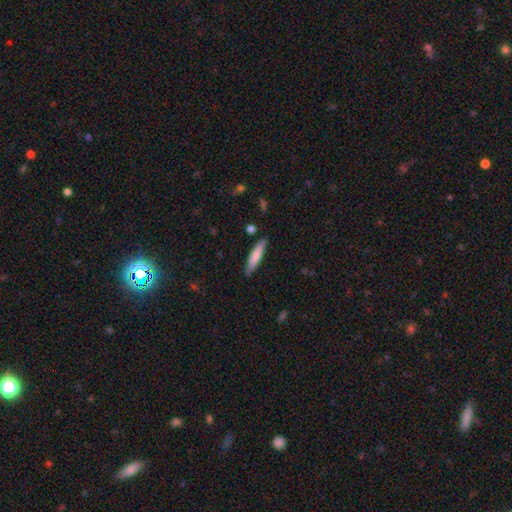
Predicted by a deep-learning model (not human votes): Smooth or featured? Predicted: smooth (p=0.76). How rounded? Predicted: cigar-shaped (p=0.85). Merging? Predicted: none (p=0.85).